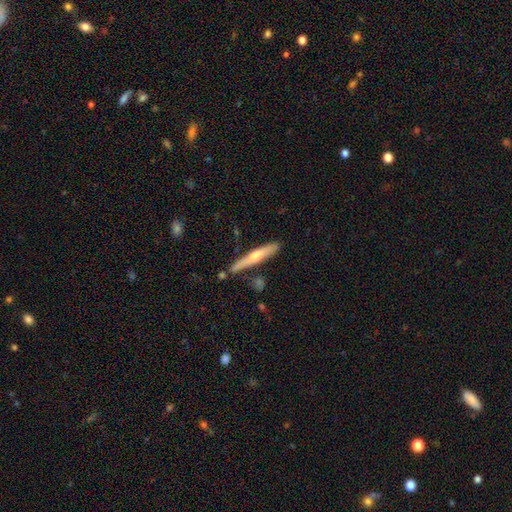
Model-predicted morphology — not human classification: This appears to be a featured or disk galaxy (51%) viewed edge-on (94%). Merging: none (78%).